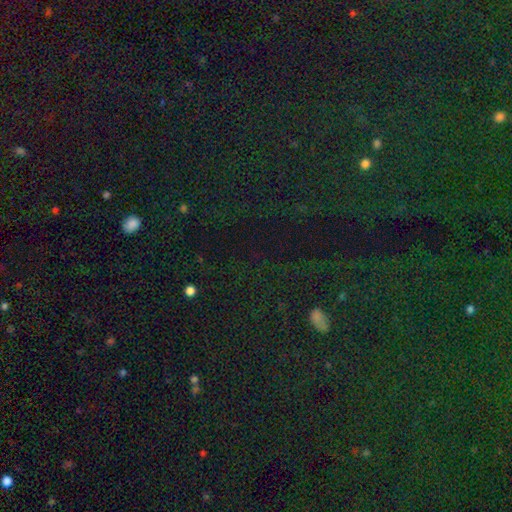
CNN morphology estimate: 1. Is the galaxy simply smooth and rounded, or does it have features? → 73% star or artifact, 20% smooth, 7% featured or disk.